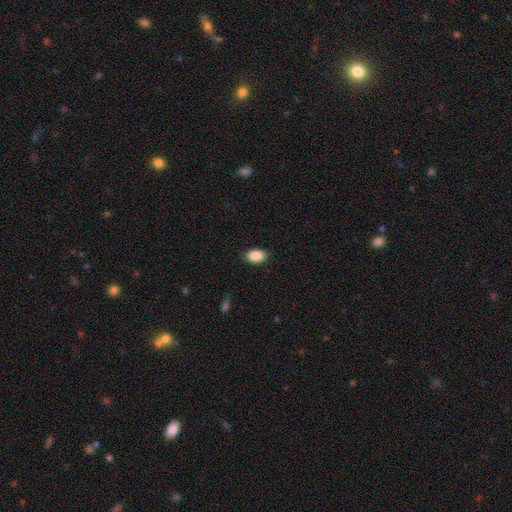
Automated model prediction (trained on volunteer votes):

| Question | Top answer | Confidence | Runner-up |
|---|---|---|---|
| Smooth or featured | smooth | 89% | star or artifact (7%) |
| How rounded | in between | 89% | round (10%) |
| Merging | none | 88% | minor disturbance (9%) |